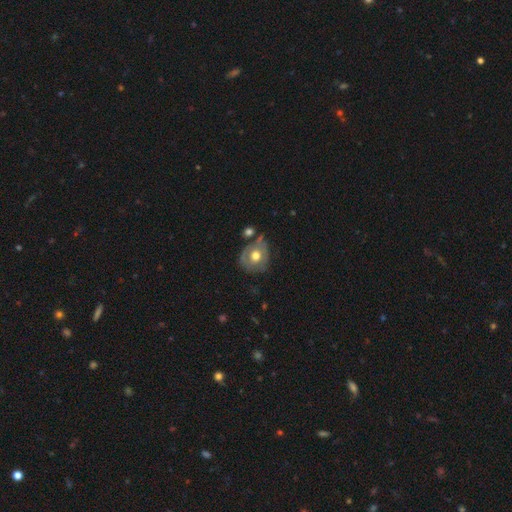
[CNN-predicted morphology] The model was most divided on "smooth or featured": smooth: 49%, featured or disk: 44%, star or artifact: 7%. More confident: merging — none (54%).